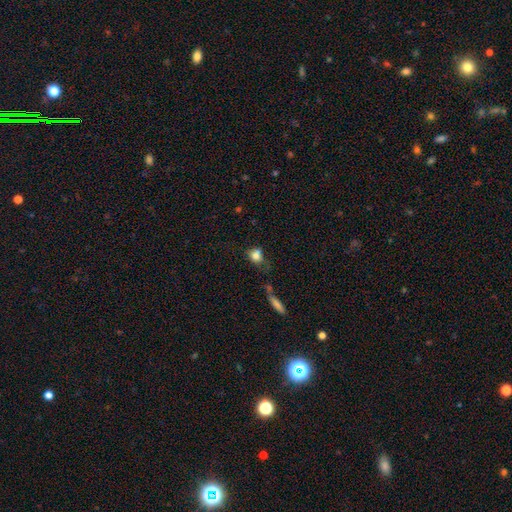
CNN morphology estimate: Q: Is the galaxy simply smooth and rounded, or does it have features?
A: smooth — 79%.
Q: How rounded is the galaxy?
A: in between — 49%.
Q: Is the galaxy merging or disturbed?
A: none — 47%.